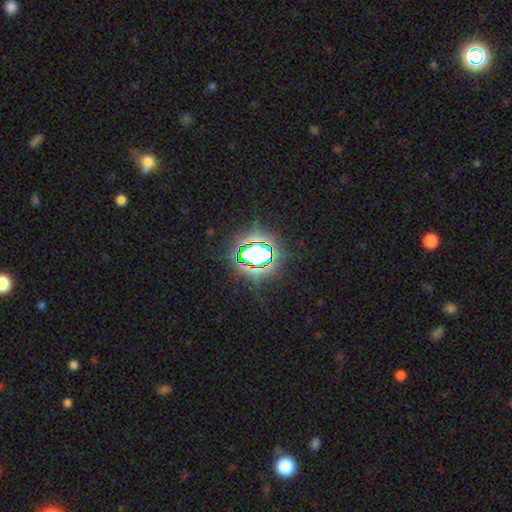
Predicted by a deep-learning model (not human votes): Smooth or featured? star or artifact (72%)